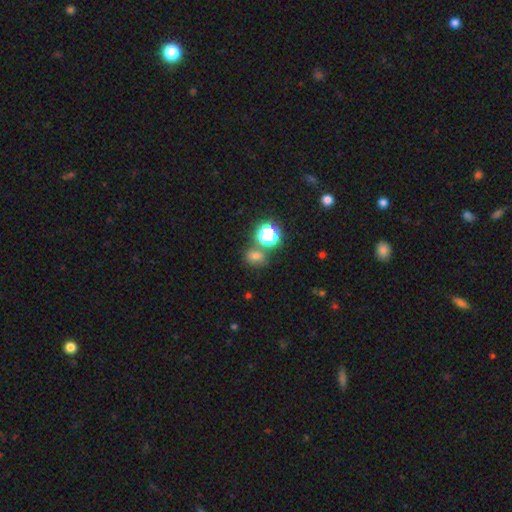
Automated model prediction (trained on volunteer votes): Morphology: type=smooth (64%); roundness=round (60%); merging=none (70%).